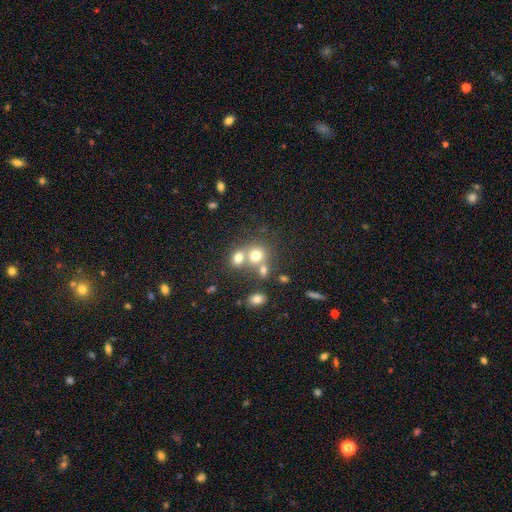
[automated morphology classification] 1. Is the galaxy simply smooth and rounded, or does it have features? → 72% smooth, 15% star or artifact, 14% featured or disk.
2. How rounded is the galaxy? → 76% round, 23% in between, 1% cigar-shaped.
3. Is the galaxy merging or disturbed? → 49% merger, 39% none, 8% minor disturbance, 4% major disturbance.